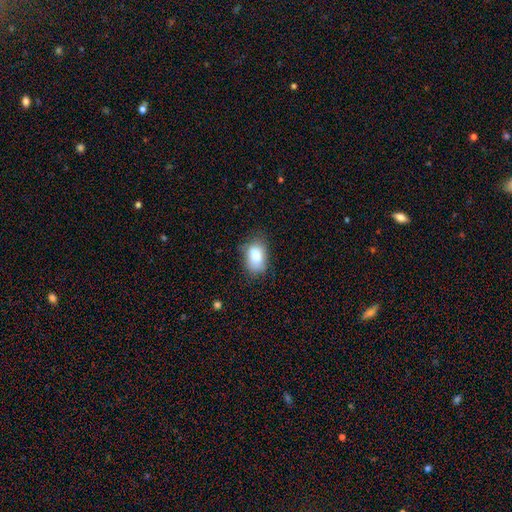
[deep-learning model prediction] Smooth or featured? smooth (81%)
How rounded? in between (86%)
Merging? none (66%)